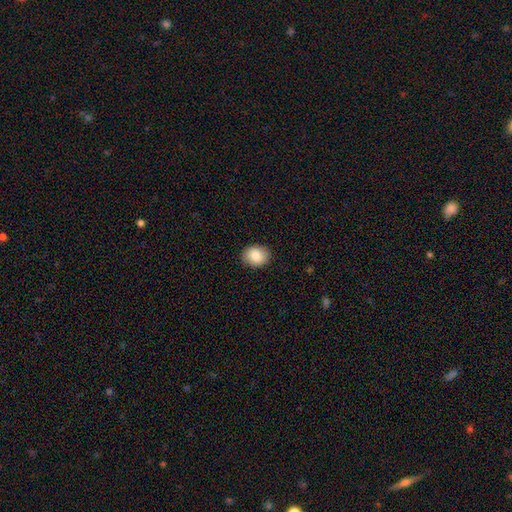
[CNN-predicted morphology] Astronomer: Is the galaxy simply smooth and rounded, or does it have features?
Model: smooth — 86%.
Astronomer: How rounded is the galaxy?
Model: in between — 50% (runner-up: round, 49%).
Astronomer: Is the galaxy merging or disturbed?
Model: none — 89%.